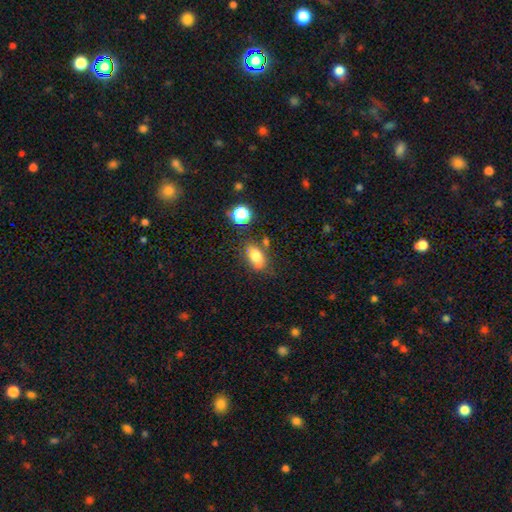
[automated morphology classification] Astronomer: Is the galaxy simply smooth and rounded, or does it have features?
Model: smooth — 76%.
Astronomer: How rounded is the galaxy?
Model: in between — 83%.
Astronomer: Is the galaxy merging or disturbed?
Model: none — 65%.